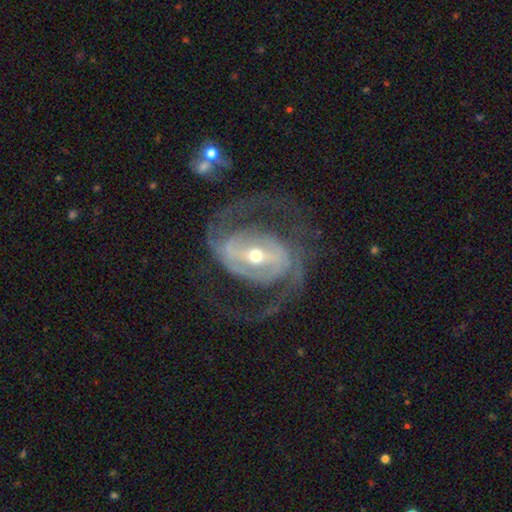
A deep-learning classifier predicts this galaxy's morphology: Overall: featured or disk (92%). Edge-on disk: no (97%). Bar: strong (51%; weak 35%). Spiral arms: yes (97%). Spiral arm count: 2 (83%). Spiral winding: medium (57%; loose 22%). Bulge size: moderate (59%; small 35%). Merging: none (70%).